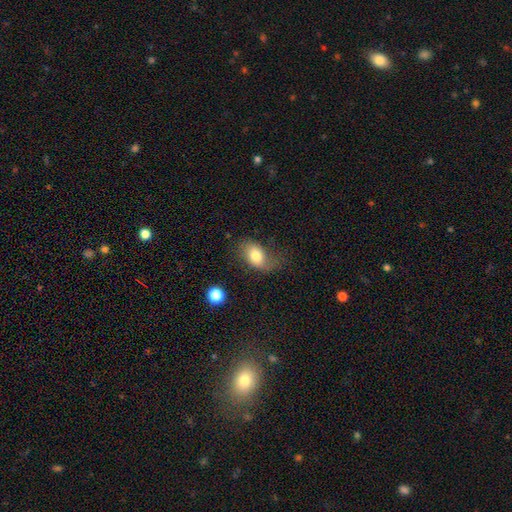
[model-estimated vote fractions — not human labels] A smooth galaxy with no disk features (74%) that is in between round and cigar-shaped (84%).

Vote fractions:
- Smooth or featured? smooth: 74% / featured or disk: 18% / star or artifact: 8%
- How rounded? in between: 84% / round: 14% / cigar-shaped: 2%
- Merging? none: 52% / minor disturbance: 29% / major disturbance: 17% / merger: 2%